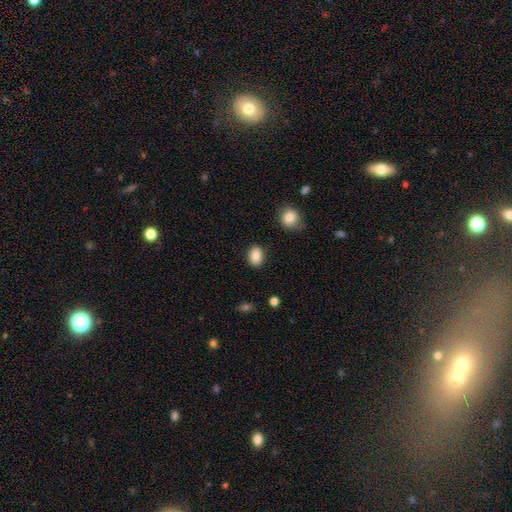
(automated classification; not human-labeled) A smooth galaxy with no disk features (87%) that is in between round and cigar-shaped (71%). Merging: none (87%).